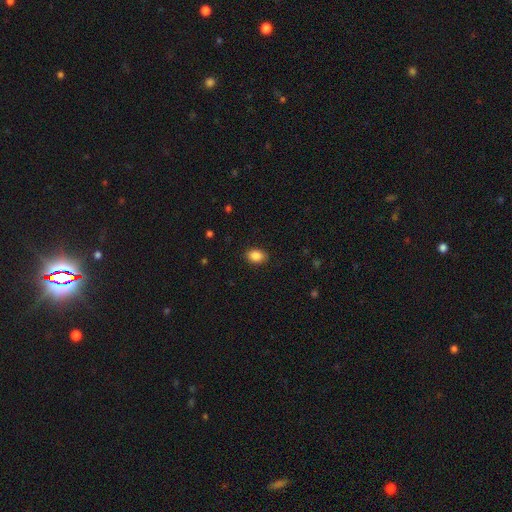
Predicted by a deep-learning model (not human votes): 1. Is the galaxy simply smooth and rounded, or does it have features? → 87% smooth, 8% star or artifact, 4% featured or disk.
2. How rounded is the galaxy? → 75% in between, 24% round, 1% cigar-shaped.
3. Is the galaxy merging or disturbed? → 87% none, 10% minor disturbance, 2% major disturbance, 1% merger.